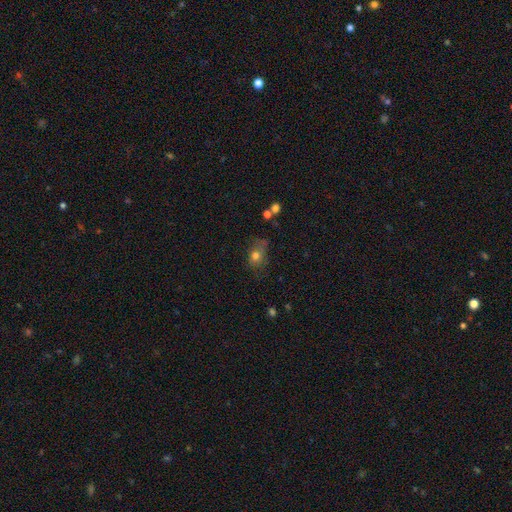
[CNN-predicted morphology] Smooth or featured? Predicted: smooth (p=0.73). How rounded? Predicted: in between (p=0.60). Merging? Predicted: none (p=0.49).